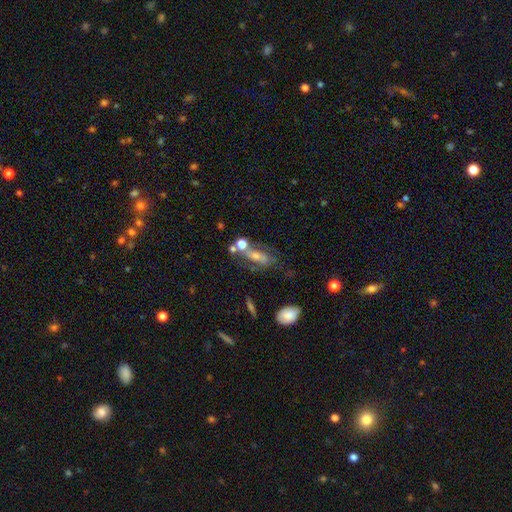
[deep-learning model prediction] Smooth or featured: featured or disk — 54% (smooth — 30%)
Edge-on disk: no — 74% (yes — 26%)
Merging: none — 48% (merger — 20%)